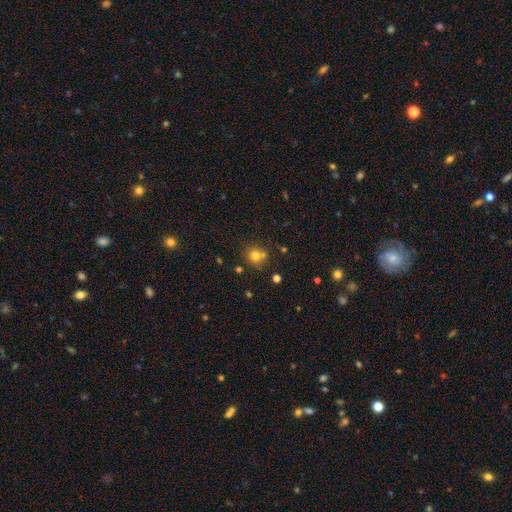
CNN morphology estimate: smooth-or-featured: smooth: 74% | star or artifact: 16% | featured or disk: 10%
  how-rounded: round: 86% | in between: 13% | cigar-shaped: 1%
  merging: none: 65% | merger: 19% | minor disturbance: 12% | major disturbance: 4%